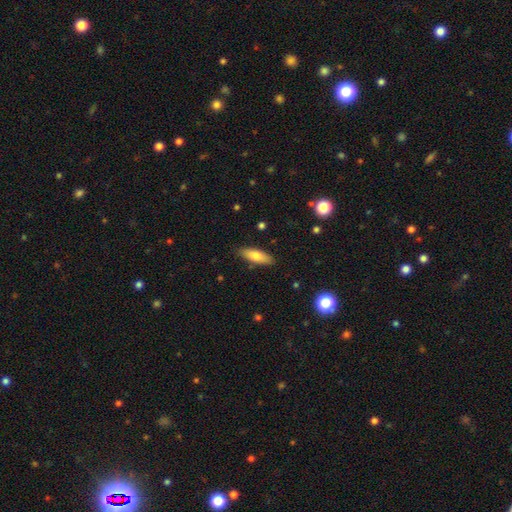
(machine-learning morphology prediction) smooth-or-featured: smooth: 76% | featured or disk: 18% | star or artifact: 7%
  how-rounded: in between: 60% | cigar-shaped: 38% | round: 2%
  merging: none: 86% | minor disturbance: 11% | major disturbance: 2% | merger: 1%